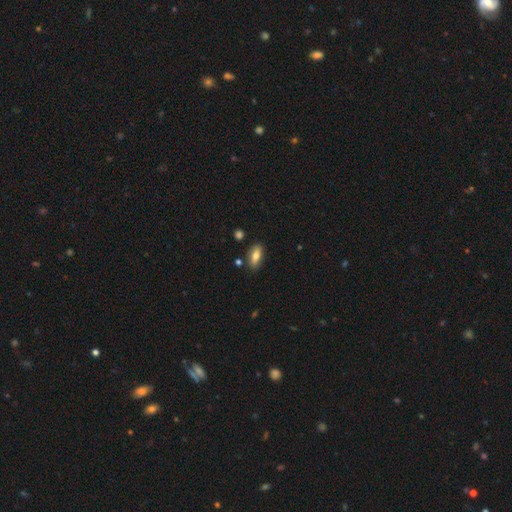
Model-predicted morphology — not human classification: smooth-or-featured: smooth: 73% | featured or disk: 19% | star or artifact: 7%
  how-rounded: in between: 80% | cigar-shaped: 17% | round: 3%
  merging: none: 82% | minor disturbance: 13% | merger: 3% | major disturbance: 2%